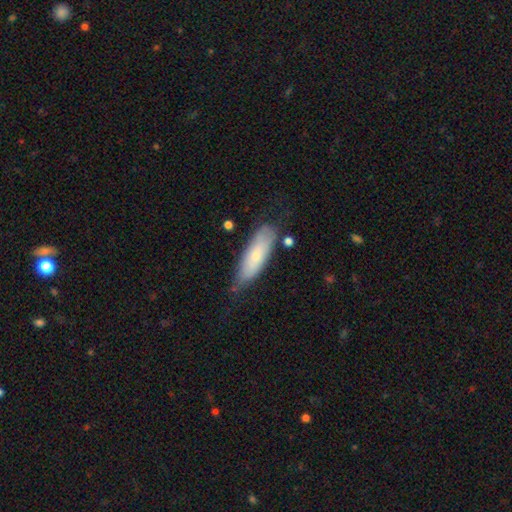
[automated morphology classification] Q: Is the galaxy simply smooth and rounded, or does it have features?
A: smooth — 68%.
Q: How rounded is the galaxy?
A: in between — 57%.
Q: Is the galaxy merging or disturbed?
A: none — 63%.